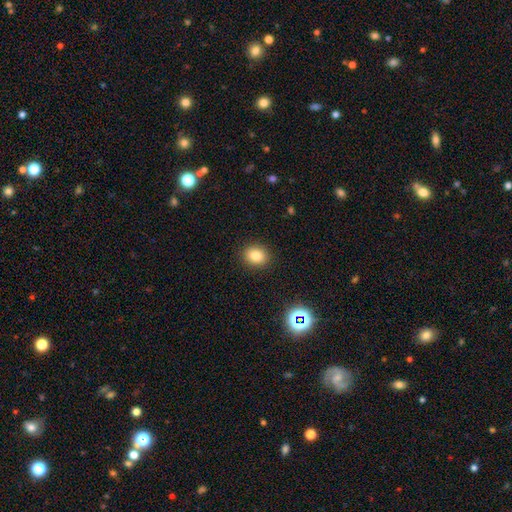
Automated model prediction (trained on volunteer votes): smooth-or-featured: smooth: 81% | star or artifact: 12% | featured or disk: 7%
  how-rounded: round: 64% | in between: 35% | cigar-shaped: 1%
  merging: none: 90% | minor disturbance: 7% | major disturbance: 2% | merger: 1%